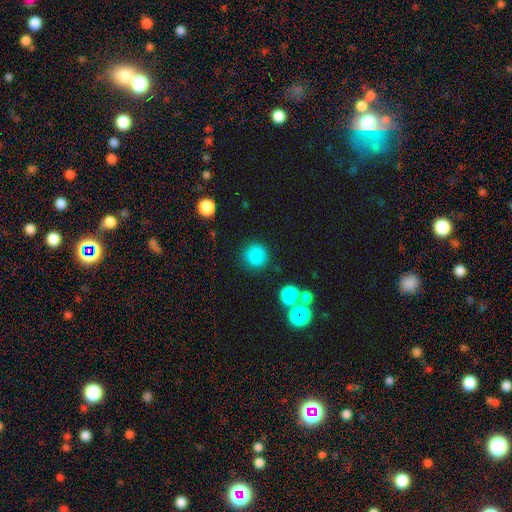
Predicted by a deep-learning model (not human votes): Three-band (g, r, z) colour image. It shows a smooth galaxy with no disk features (82%) that is round (91%). Merging: none (85%).